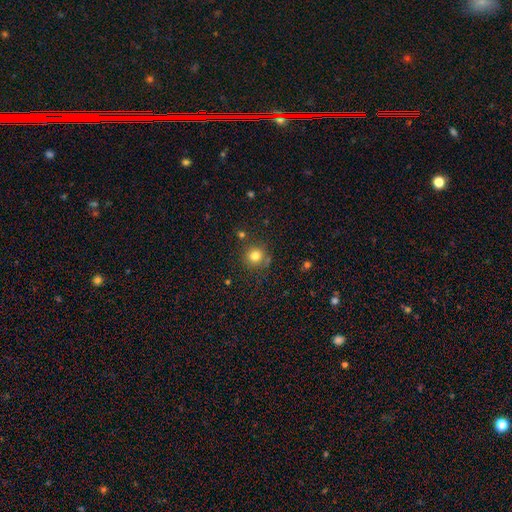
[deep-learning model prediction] Smooth or featured? smooth (80%)
How rounded? round (91%)
Merging? none (80%)